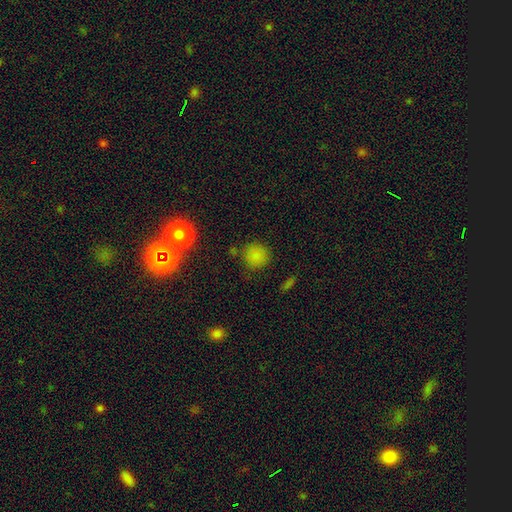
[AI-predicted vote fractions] Smooth or featured?
  - smooth: 77% *
  - star or artifact: 18%
  - featured or disk: 5%
How rounded?
  - round: 91% *
  - in between: 8%
  - cigar-shaped: 1%
Merging?
  - none: 81% *
  - minor disturbance: 12%
  - merger: 4%
  - major disturbance: 4%